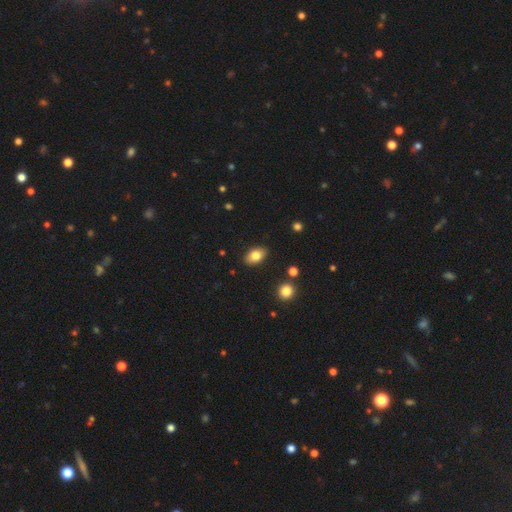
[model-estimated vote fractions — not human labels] This appears to be a smooth galaxy with no disk features (81%) that is in between round and cigar-shaped (88%). Merging: none (87%).